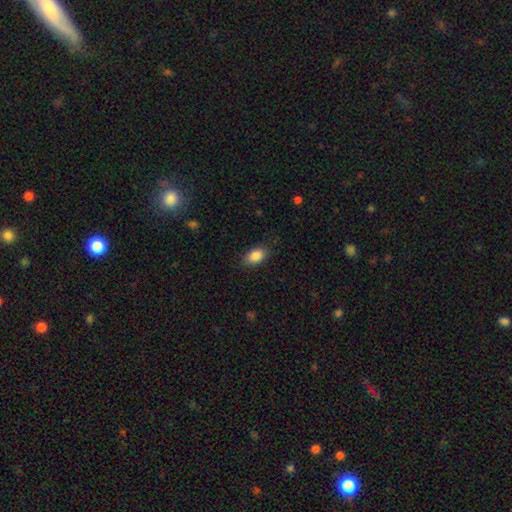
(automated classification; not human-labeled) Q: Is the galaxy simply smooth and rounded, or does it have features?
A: smooth — 88%.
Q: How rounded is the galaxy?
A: in between — 90%.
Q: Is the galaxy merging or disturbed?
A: none — 85%.